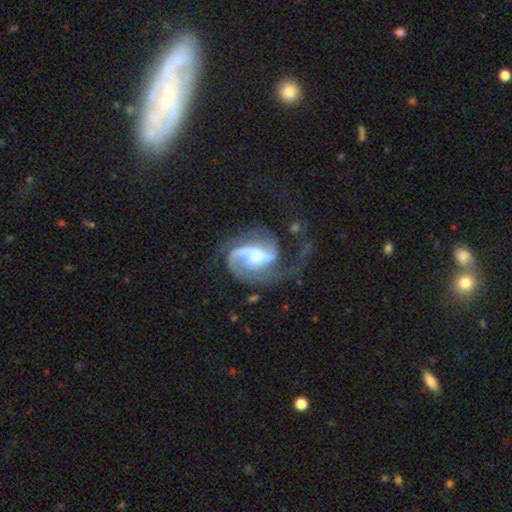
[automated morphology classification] Smooth or featured? featured or disk (88%)
Edge-on disk? no (98%)
Bar? weak (42%)
Spiral arms? yes (97%)
Spiral winding? medium (46%)
Spiral arm count? 2 (59%)
Bulge size? moderate (34%)
Merging? major disturbance (42%)